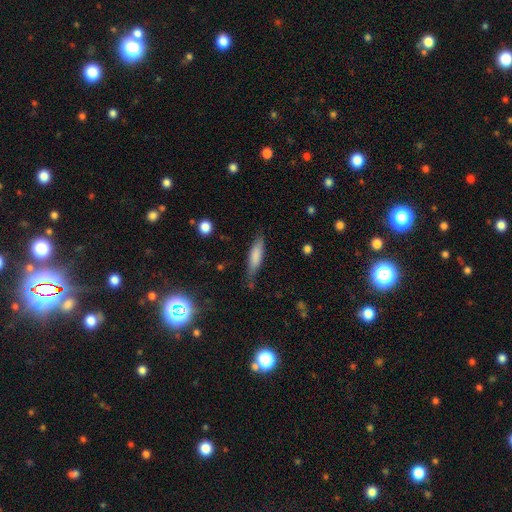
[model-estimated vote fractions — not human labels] Smooth or featured? smooth (76%)
How rounded? cigar-shaped (67%)
Merging? none (74%)